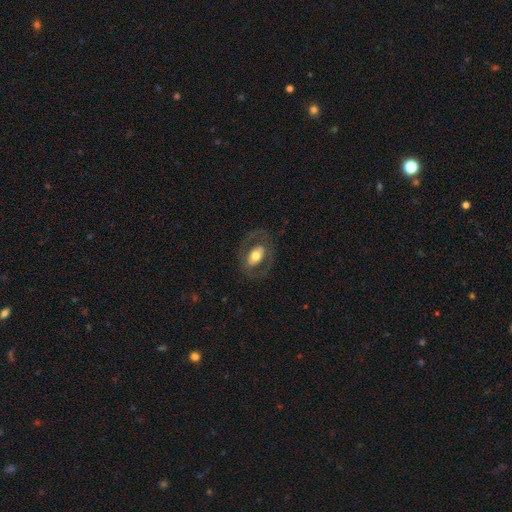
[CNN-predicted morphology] smooth-or-featured: featured or disk: 50% | smooth: 44% | star or artifact: 6%
  merging: none: 74% | minor disturbance: 14% | major disturbance: 12% | merger: 1%